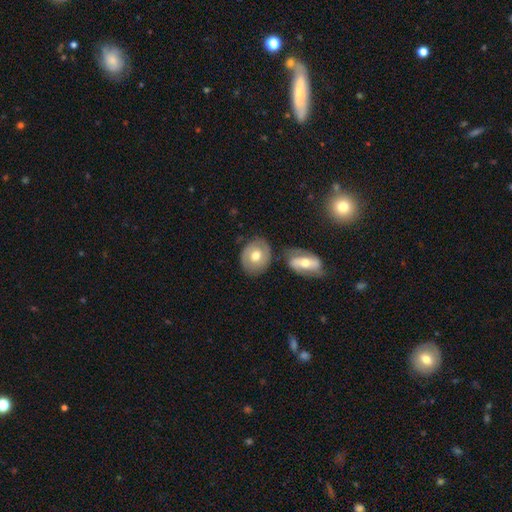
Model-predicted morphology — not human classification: Smooth or featured?
  - featured or disk: 48% *
  - smooth: 47%
  - star or artifact: 6%
Merging?
  - none: 69% *
  - minor disturbance: 13%
  - merger: 13%
  - major disturbance: 5%